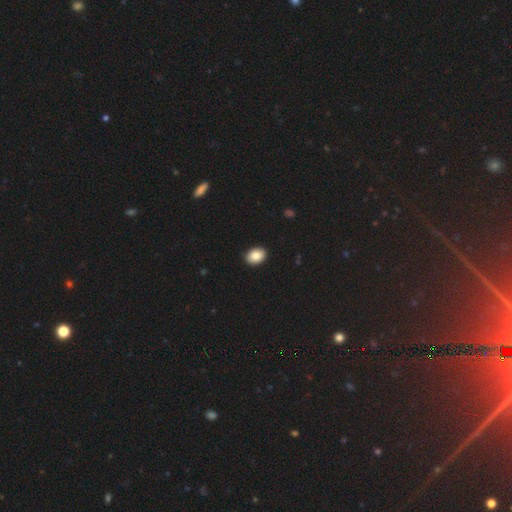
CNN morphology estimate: Smooth or featured? smooth (85%)
How rounded? in between (73%)
Merging? none (91%)